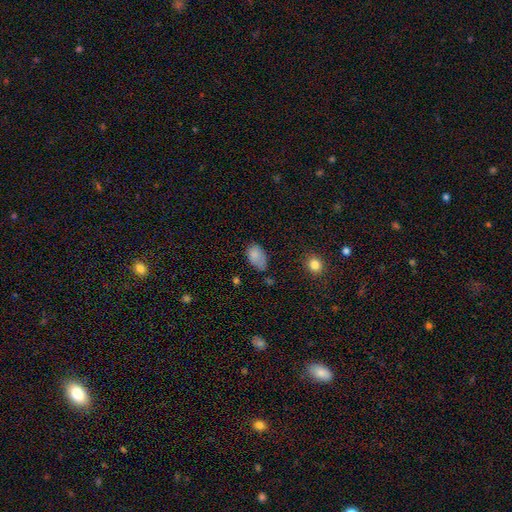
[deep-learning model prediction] Morphology: type=smooth (81%); roundness=in between (89%); merging=none (45%).